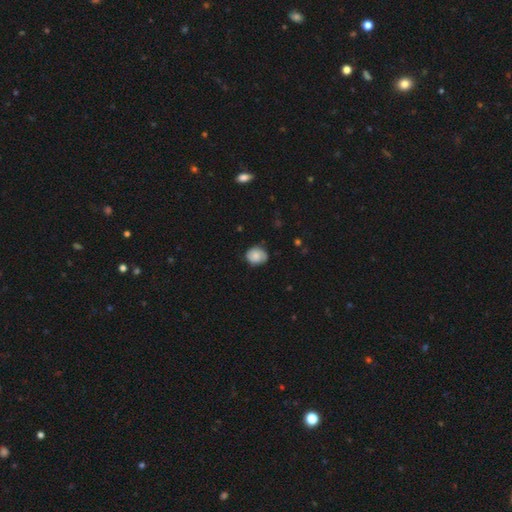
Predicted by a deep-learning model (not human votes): Smooth or featured: smooth — 72% (featured or disk — 20%)
How rounded: round — 68% (in between — 31%)
Merging: none — 72% (minor disturbance — 23%)